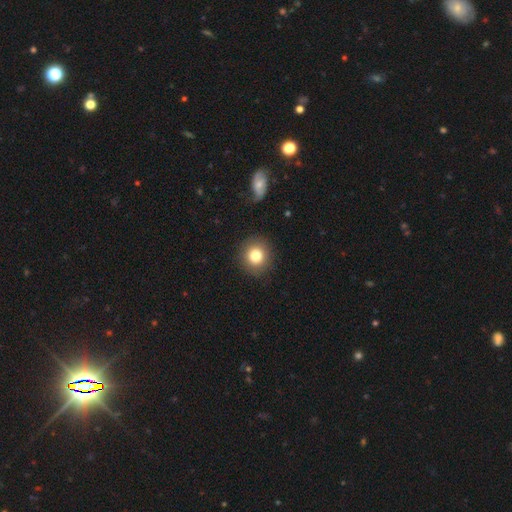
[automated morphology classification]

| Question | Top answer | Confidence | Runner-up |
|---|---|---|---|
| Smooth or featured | smooth | 80% | star or artifact (11%) |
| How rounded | round | 90% | in between (9%) |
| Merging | none | 89% | minor disturbance (7%) |